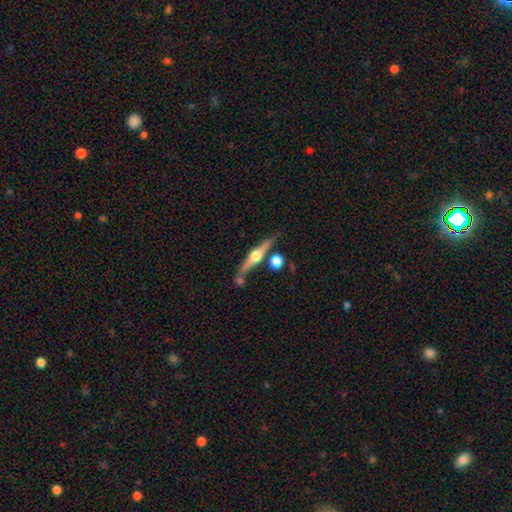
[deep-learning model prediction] A featured or disk galaxy (80%) viewed edge-on (97%) with a rounded central bulge (95%).

Vote fractions:
- Smooth or featured? featured or disk: 80% / smooth: 14% / star or artifact: 6%
- Edge-on disk? yes: 97% / no: 3%
- Edge-on bulge? rounded: 95% / boxy: 3% / none: 2%
- Merging? none: 77% / minor disturbance: 10% / merger: 10% / major disturbance: 3%